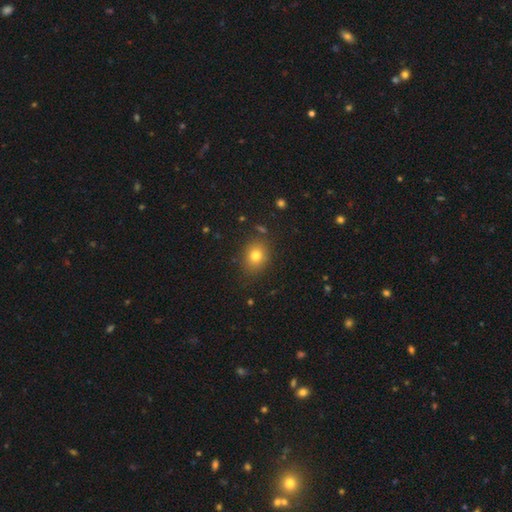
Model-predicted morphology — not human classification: Smooth or featured? smooth (78%)
How rounded? round (54%)
Merging? none (83%)